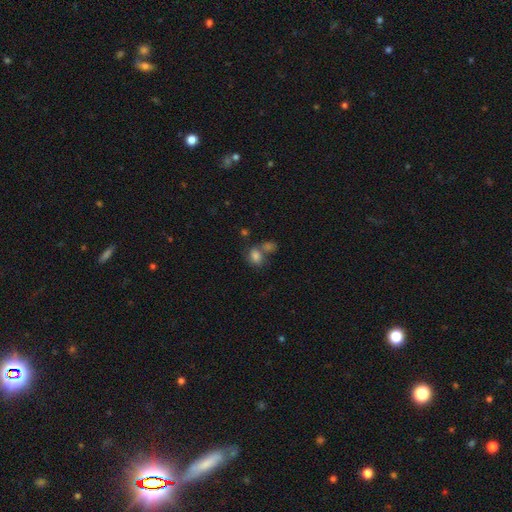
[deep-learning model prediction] Overall: smooth (78%). How rounded: in between (61%; round 37%). Merging: merger (43%; none 38%).